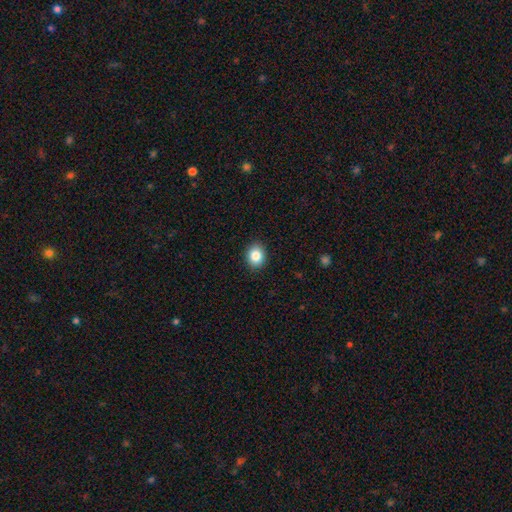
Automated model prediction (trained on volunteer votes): smooth_or_featured: smooth (p=0.85) [alt: star or artifact p=0.09]
how_rounded: round (p=0.57) [alt: in between p=0.42]
merging: none (p=0.91) [alt: minor disturbance p=0.07]